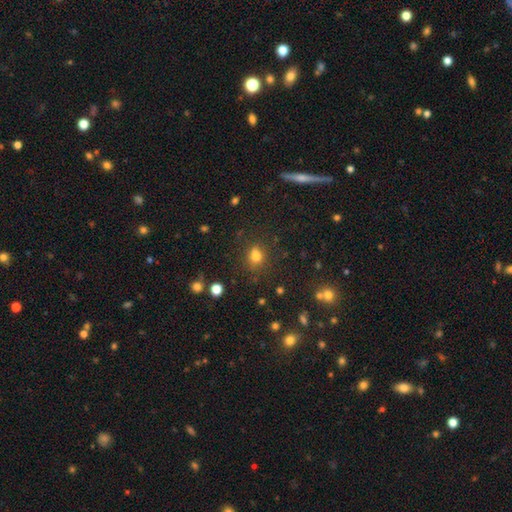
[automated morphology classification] Overall: smooth (76%). How rounded: in between (51%; round 48%). Merging: none (73%).